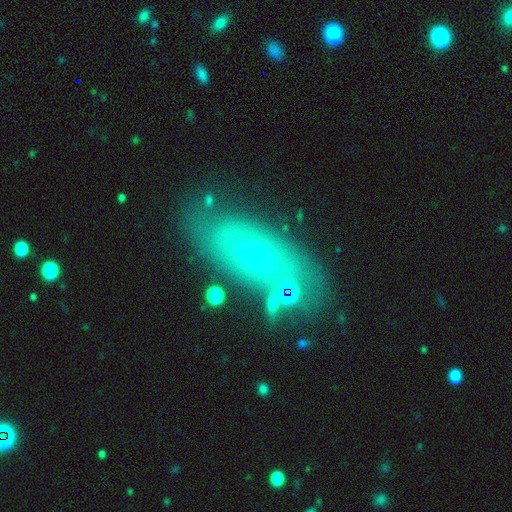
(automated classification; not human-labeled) Q: Smooth or featured?
A: smooth (43%); runner-up: featured or disk (41%)
Q: Merging?
A: none (64%); runner-up: minor disturbance (15%)